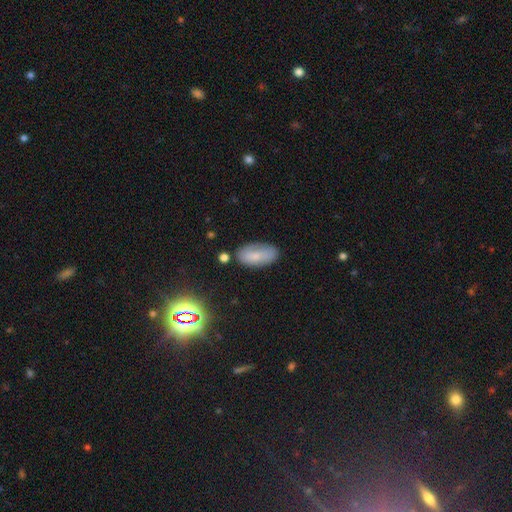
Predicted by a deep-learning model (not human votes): Q: Smooth or featured?
A: smooth (71%); runner-up: featured or disk (19%)
Q: How rounded?
A: in between (92%); runner-up: round (4%)
Q: Merging?
A: none (71%); runner-up: minor disturbance (21%)